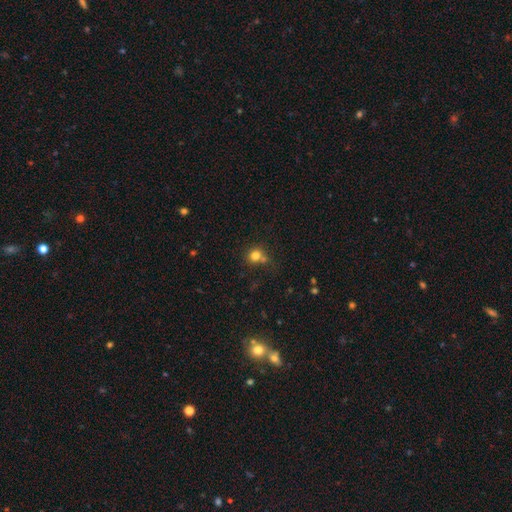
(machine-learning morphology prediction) Smooth or featured?
  - smooth: 78% *
  - star or artifact: 14%
  - featured or disk: 8%
How rounded?
  - round: 85% *
  - in between: 14%
  - cigar-shaped: 1%
Merging?
  - none: 57% *
  - merger: 26%
  - minor disturbance: 12%
  - major disturbance: 5%